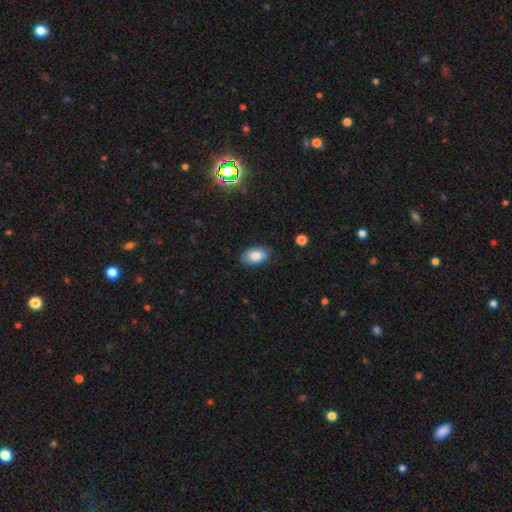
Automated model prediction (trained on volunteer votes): This appears to be a smooth galaxy with no disk features (83%) that is in between round and cigar-shaped (91%). Merging: none (82%).